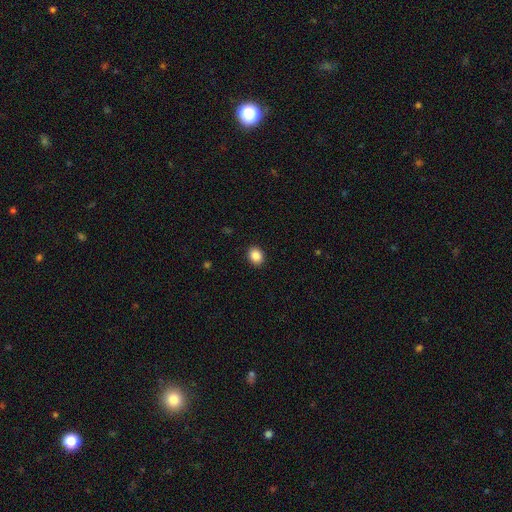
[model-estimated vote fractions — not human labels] Overall: smooth (88%). How rounded: round (52%; in between 47%). Merging: none (91%).